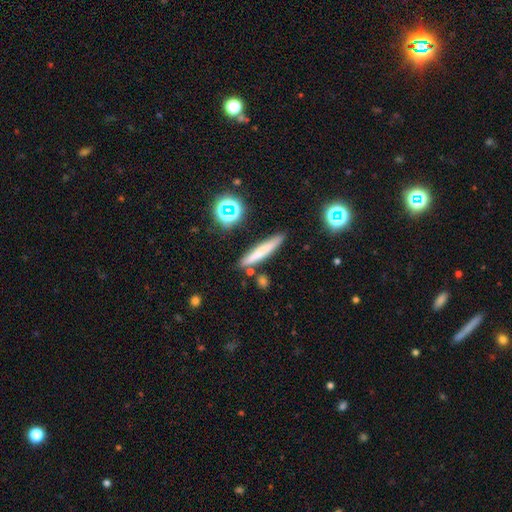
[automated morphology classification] smooth 68%, featured or disk 21%, star or artifact 10%. Down the decision tree: how rounded — cigar-shaped (90%); merging — none (83%).